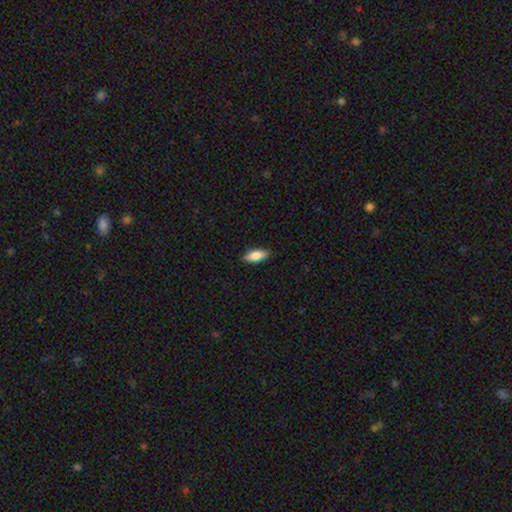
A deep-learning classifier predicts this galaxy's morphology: Q: Smooth or featured?
A: smooth (82%); runner-up: featured or disk (12%)
Q: How rounded?
A: in between (78%); runner-up: cigar-shaped (20%)
Q: Merging?
A: none (88%); runner-up: minor disturbance (9%)